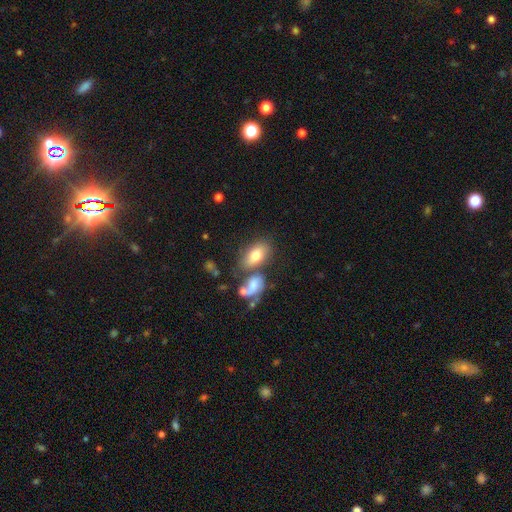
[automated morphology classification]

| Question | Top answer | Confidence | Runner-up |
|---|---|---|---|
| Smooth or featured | smooth | 72% | featured or disk (20%) |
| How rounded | in between | 89% | round (8%) |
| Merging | none | 50% | merger (28%) |